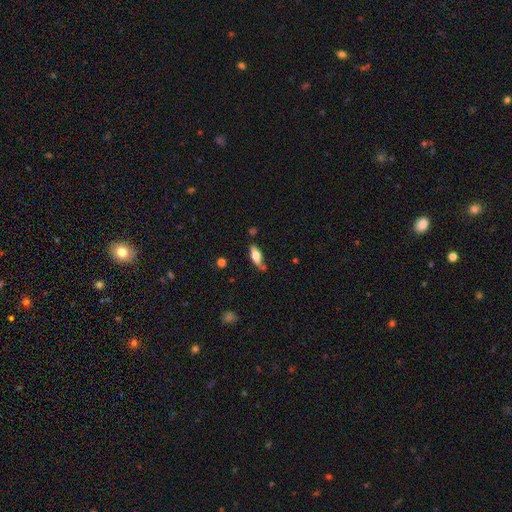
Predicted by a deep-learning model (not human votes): Q: Smooth or featured?
A: smooth (62%); runner-up: featured or disk (32%)
Q: How rounded?
A: in between (70%); runner-up: cigar-shaped (27%)
Q: Merging?
A: none (64%); runner-up: minor disturbance (24%)